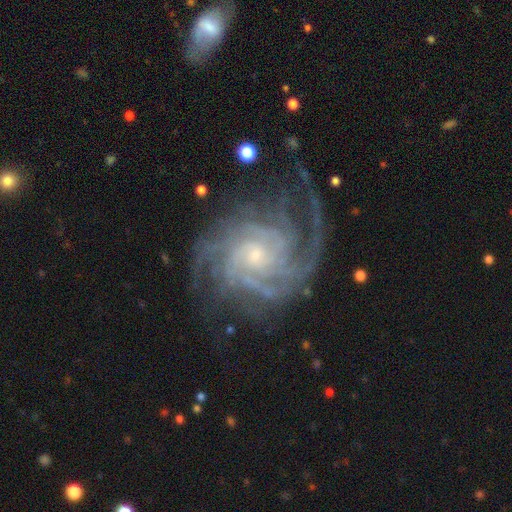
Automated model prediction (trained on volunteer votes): A featured or disk galaxy (91%) with no bar (72%), 4 (26%) tight (67%) spiral arms (98%) and a small central bulge (75%). Merging: none (71%).